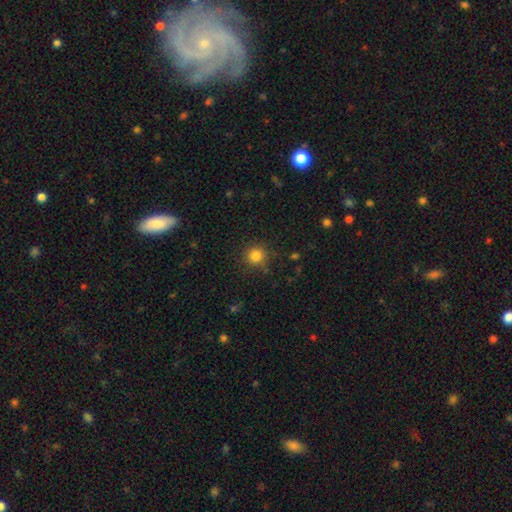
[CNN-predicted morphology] This appears to be a smooth galaxy with no disk features (83%) that is round (93%). Merging: none (86%).